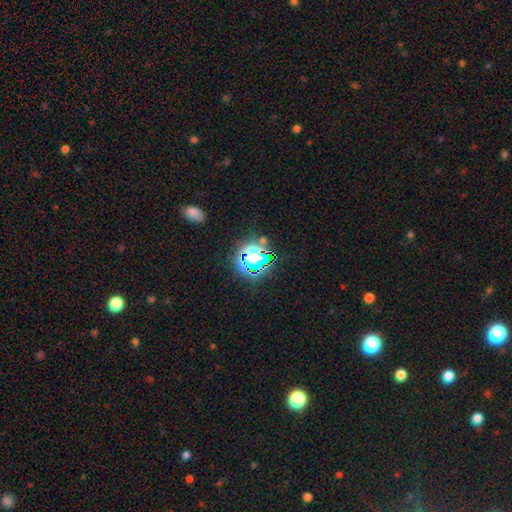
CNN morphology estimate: Smooth or featured? star or artifact (74%)